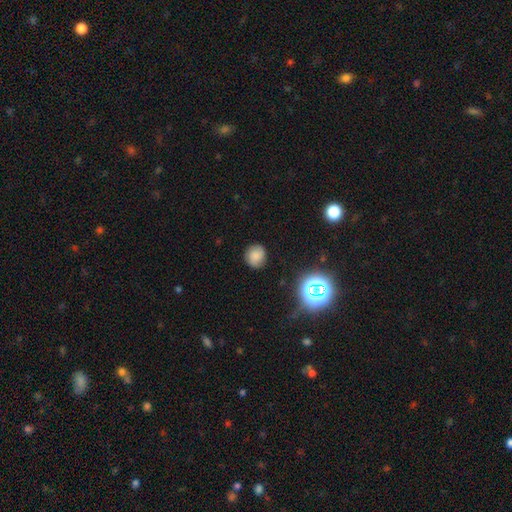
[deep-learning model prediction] Smooth or featured: smooth — 76% (star or artifact — 14%)
How rounded: round — 84% (in between — 15%)
Merging: none — 84% (minor disturbance — 11%)